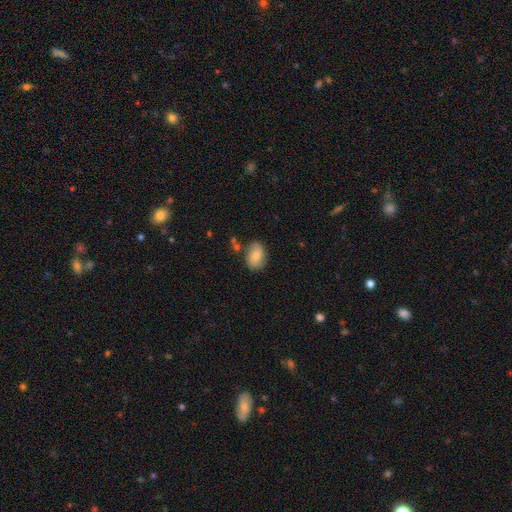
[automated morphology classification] Smooth or featured: smooth — 70% (featured or disk — 22%)
How rounded: in between — 74% (round — 24%)
Merging: none — 72% (minor disturbance — 18%)